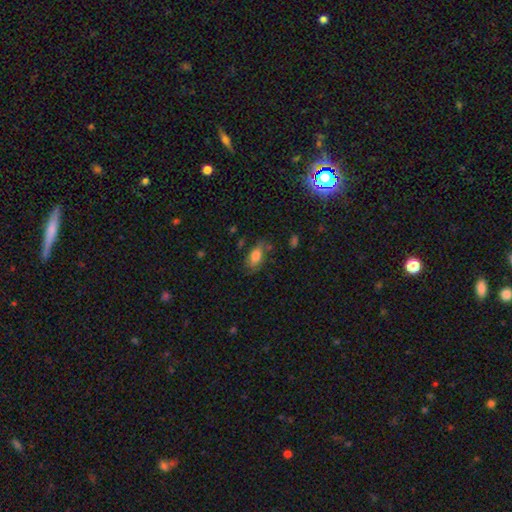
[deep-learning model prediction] Smooth or featured: smooth — 75% (featured or disk — 16%)
How rounded: in between — 88% (cigar-shaped — 6%)
Merging: none — 60% (minor disturbance — 25%)